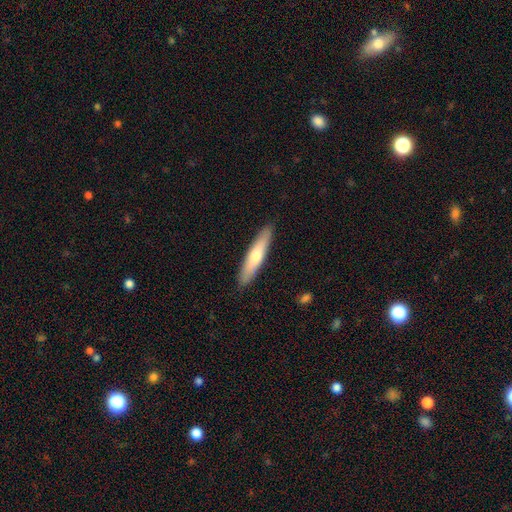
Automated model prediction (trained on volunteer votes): Overall: smooth (61%; featured or disk 34%). How rounded: cigar-shaped (86%). Merging: none (91%).